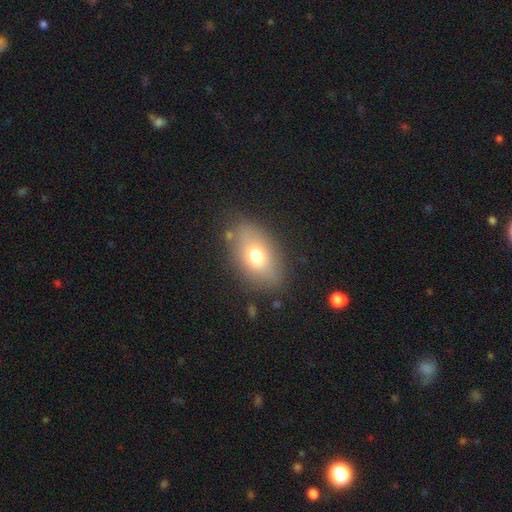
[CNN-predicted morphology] Smooth or featured? Predicted: smooth (p=0.71). How rounded? Predicted: in between (p=0.84). Merging? Predicted: none (p=0.80).